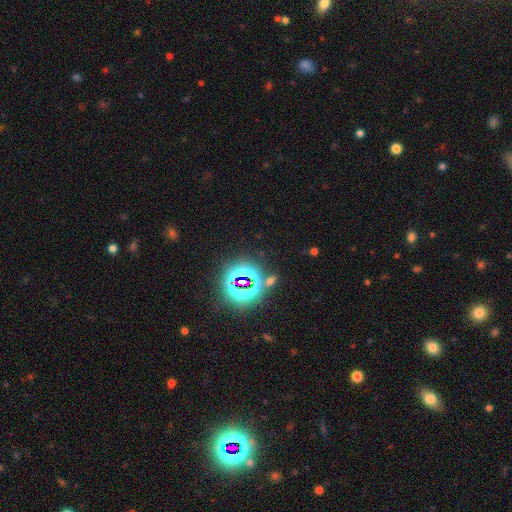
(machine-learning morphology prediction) star or artifact 80%, smooth 12%, featured or disk 8%.